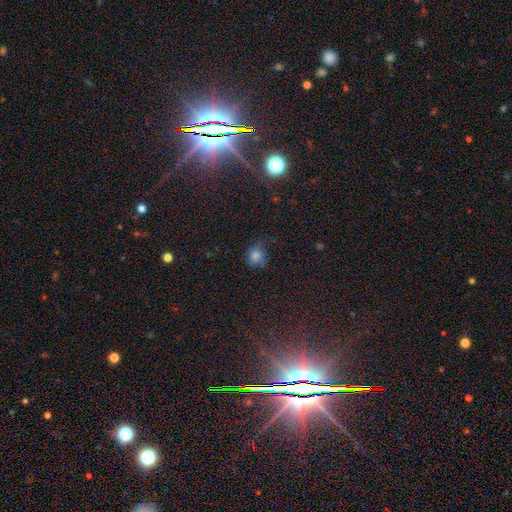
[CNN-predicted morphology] Overall: smooth (66%). How rounded: round (74%). Merging: none (48%; minor disturbance 28%).